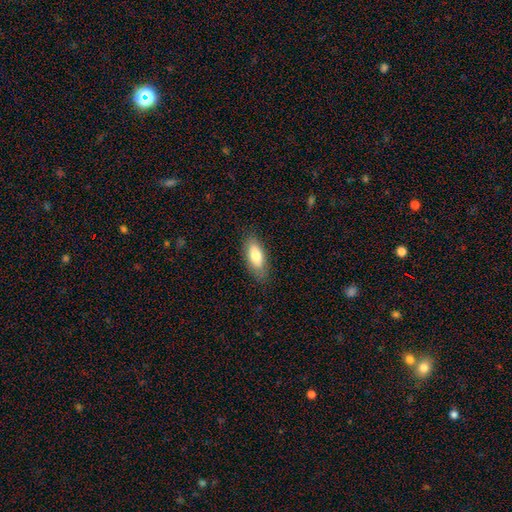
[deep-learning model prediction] A smooth galaxy with no disk features (78%) that is in between round and cigar-shaped (82%). Merging: none (83%).